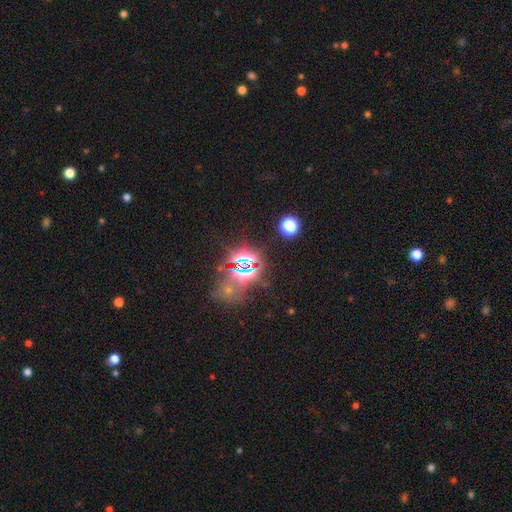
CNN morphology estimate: star or artifact 75%, smooth 14%, featured or disk 11%.